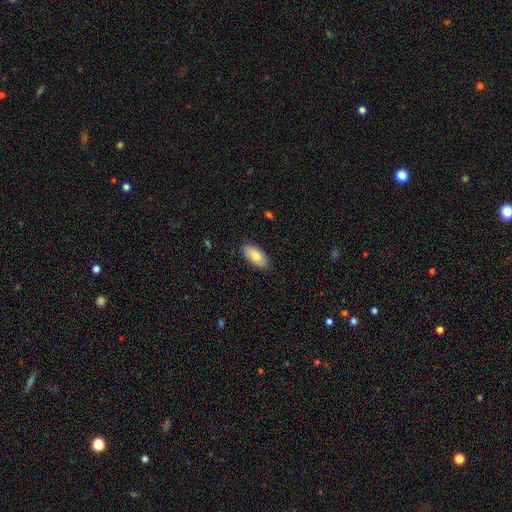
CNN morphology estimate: This appears to be a smooth galaxy with no disk features (82%) that is in between round and cigar-shaped (93%). Merging: none (86%).